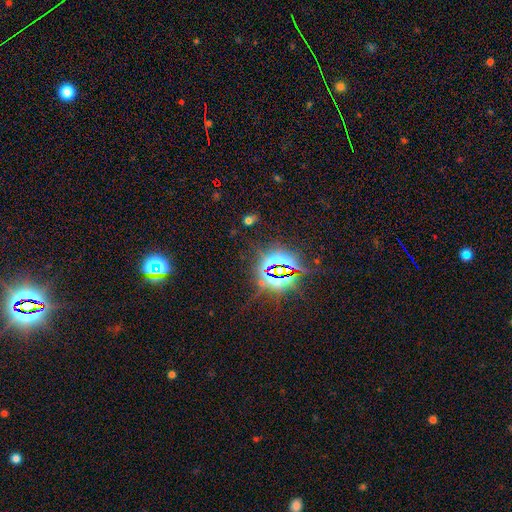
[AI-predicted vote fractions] Smooth or featured? star or artifact (84%)